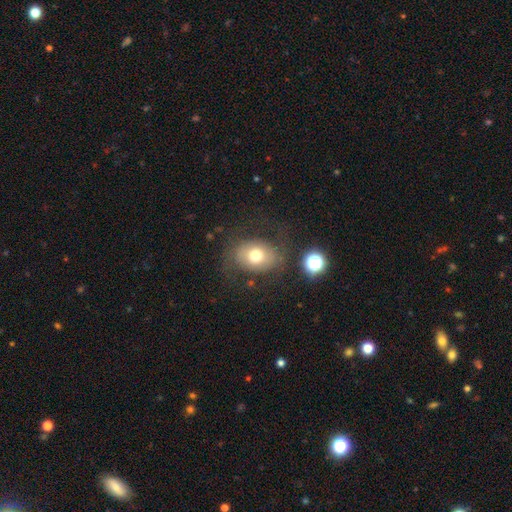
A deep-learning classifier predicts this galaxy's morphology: Smooth or featured? smooth (66%)
How rounded? in between (59%)
Merging? none (64%)